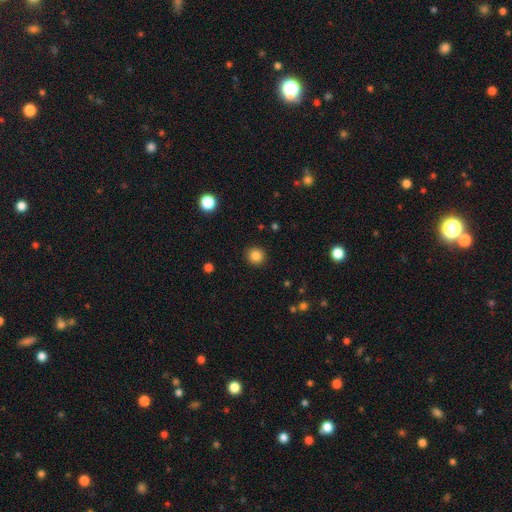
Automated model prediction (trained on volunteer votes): The model was most divided on "smooth or featured": smooth: 84%, star or artifact: 11%, featured or disk: 5%. More confident: how rounded — round (93%); merging — none (92%).